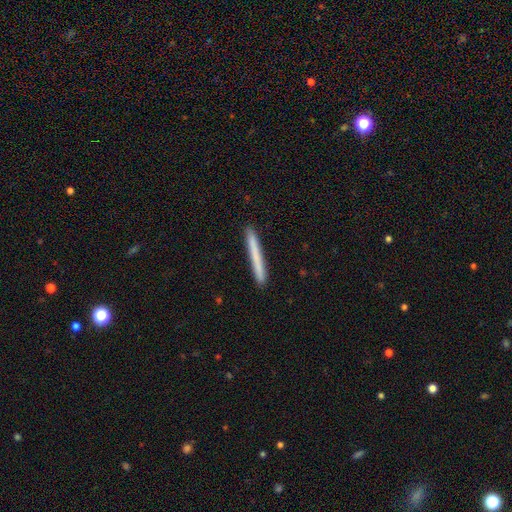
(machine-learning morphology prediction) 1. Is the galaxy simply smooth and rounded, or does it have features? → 70% smooth, 24% featured or disk, 6% star or artifact.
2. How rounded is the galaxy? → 97% cigar-shaped, 1% in between, 1% round.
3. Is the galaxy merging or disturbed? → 92% none, 6% minor disturbance, 1% major disturbance, 1% merger.